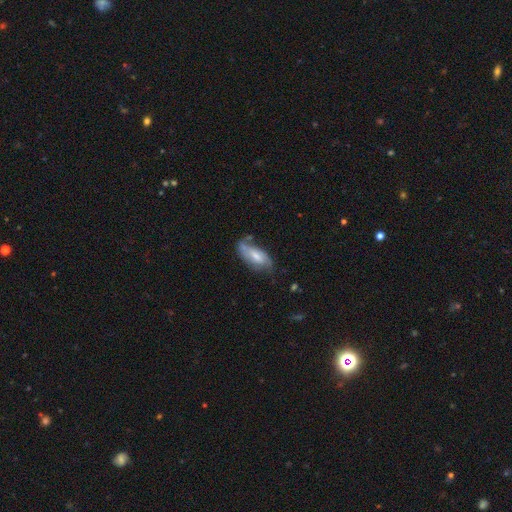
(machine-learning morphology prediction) The model was most divided on "bulge size": small: 44%, moderate: 43%, none: 6%, large: 6%, dominant: 1%. Remaining: edge-on disk — no (90%); spiral arms — yes (83%); smooth or featured — featured or disk (57%); merging — none (49%); bar — no (44%).